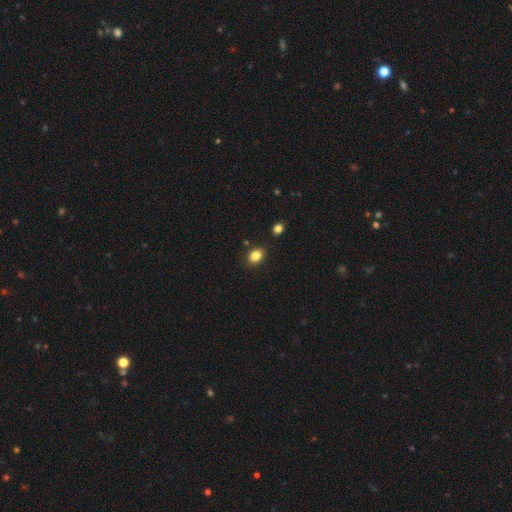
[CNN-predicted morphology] Q: Smooth or featured?
A: smooth (85%); runner-up: star or artifact (10%)
Q: How rounded?
A: in between (67%); runner-up: round (32%)
Q: Merging?
A: none (85%); runner-up: minor disturbance (10%)